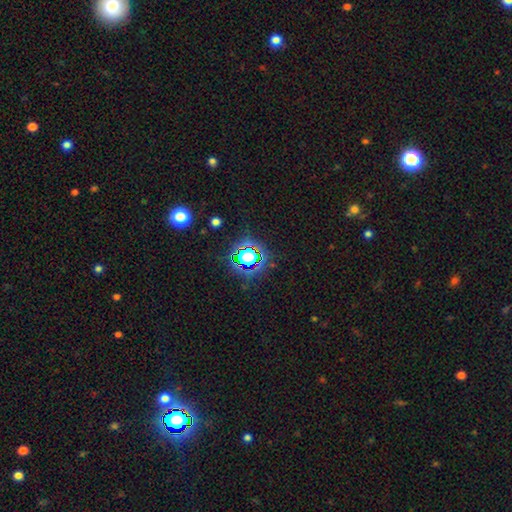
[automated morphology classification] Smooth or featured? Predicted: star or artifact (p=0.76).